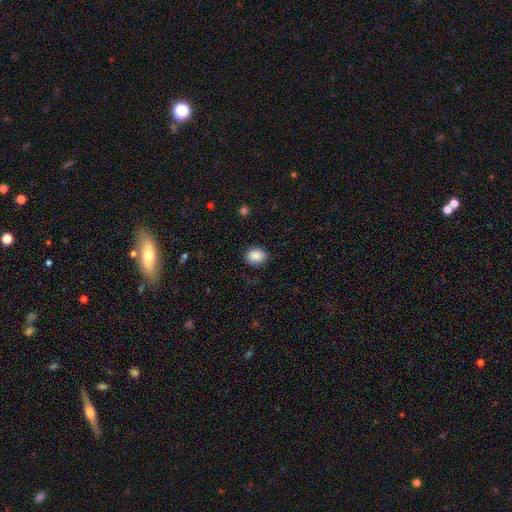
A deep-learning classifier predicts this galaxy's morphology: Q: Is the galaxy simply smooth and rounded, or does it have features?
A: smooth — 89%.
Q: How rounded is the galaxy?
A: in between — 50%.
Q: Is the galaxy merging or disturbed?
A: none — 87%.